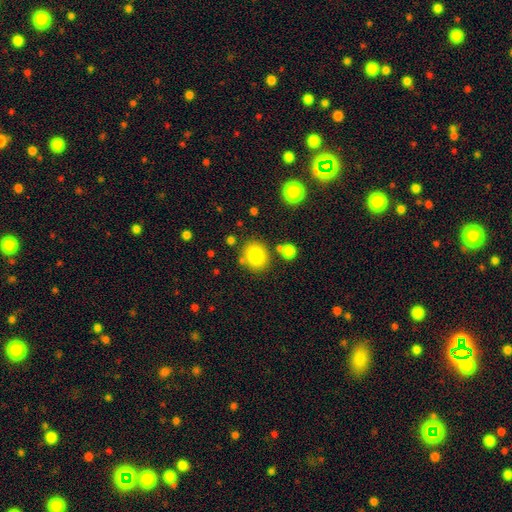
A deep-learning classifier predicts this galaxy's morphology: A smooth galaxy with no disk features (82%) that is round (74%). Merging: none (79%).